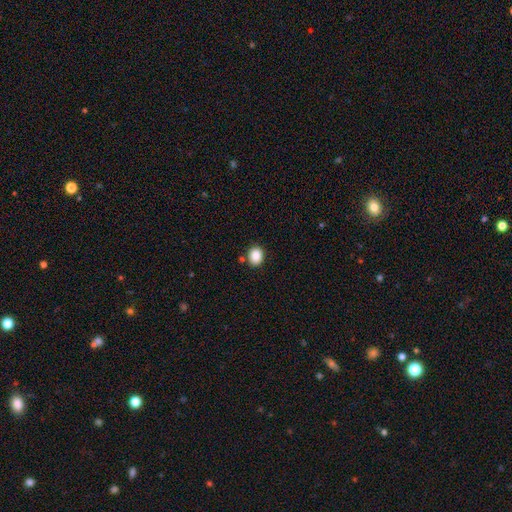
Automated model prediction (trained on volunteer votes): smooth_or_featured: smooth (p=0.88) [alt: star or artifact p=0.09]
how_rounded: round (p=0.59) [alt: in between p=0.41]
merging: none (p=0.83) [alt: minor disturbance p=0.10]